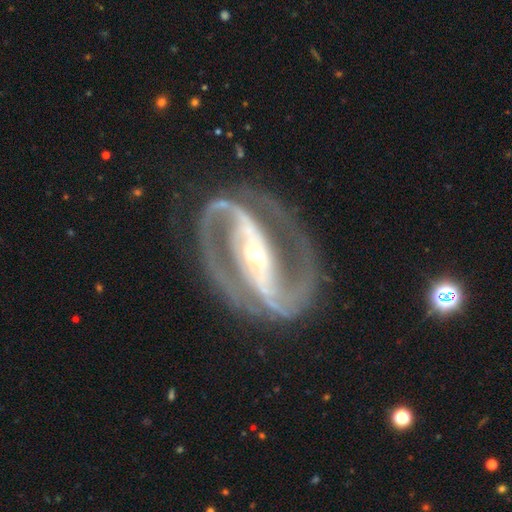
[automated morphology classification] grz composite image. It shows a featured or disk galaxy (92%) with a strong bar (71%), 2 (93%) medium (57%) spiral arms (97%) and a small central bulge (58%). Merging: none (80%).